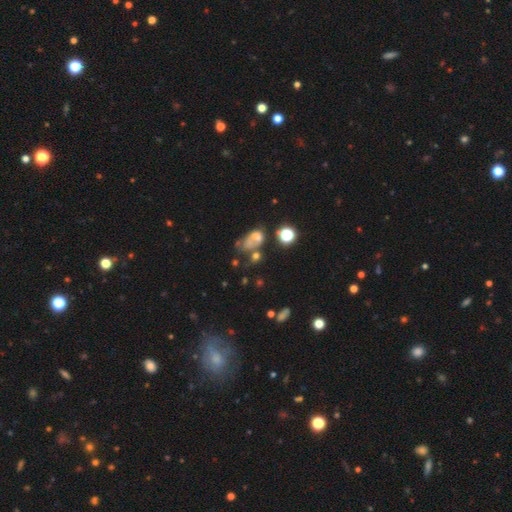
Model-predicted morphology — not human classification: Q: Smooth or featured?
A: smooth (45%); runner-up: featured or disk (30%)
Q: Merging?
A: merger (36%); runner-up: none (26%)